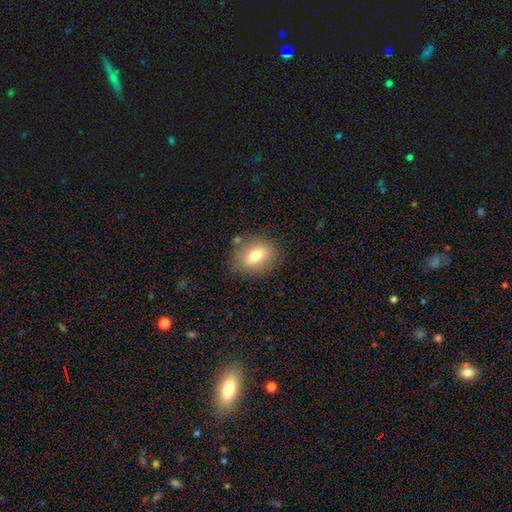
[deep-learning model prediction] smooth 69%, featured or disk 22%, star or artifact 9%. Down the decision tree: how rounded — in between (59%); merging — none (81%).